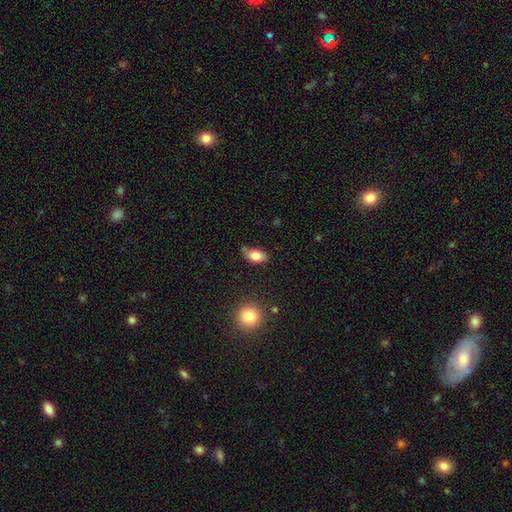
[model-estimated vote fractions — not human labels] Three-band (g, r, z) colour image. It shows a smooth galaxy with no disk features (82%) that is in between round and cigar-shaped (89%). Merging: none (65%).